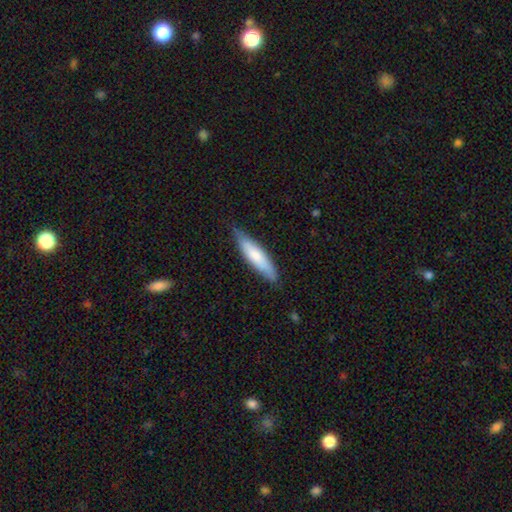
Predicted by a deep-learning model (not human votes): smooth 70%, featured or disk 25%, star or artifact 5%. Down the decision tree: how rounded — cigar-shaped (74%); merging — none (79%).